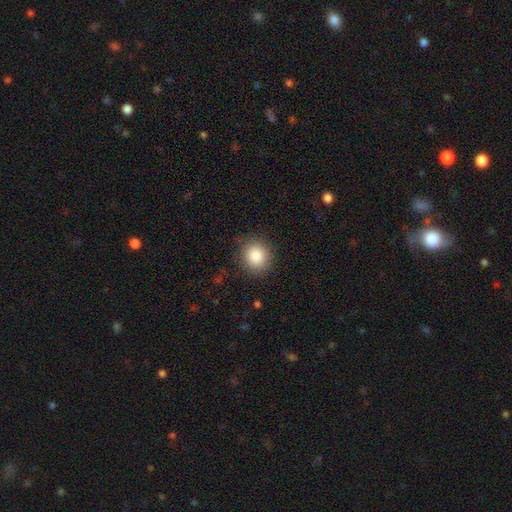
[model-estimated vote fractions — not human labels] Morphology: type=smooth (86%); roundness=round (83%); merging=none (87%).